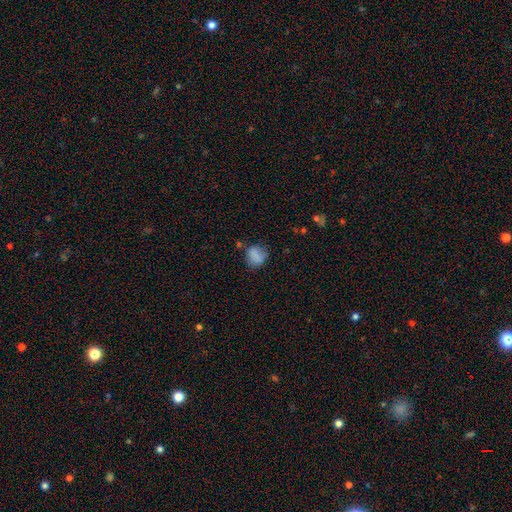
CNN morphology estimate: The model was most divided on "how rounded": round: 56%, in between: 42%, cigar-shaped: 2%. More confident: smooth or featured — smooth (79%); merging — none (59%).